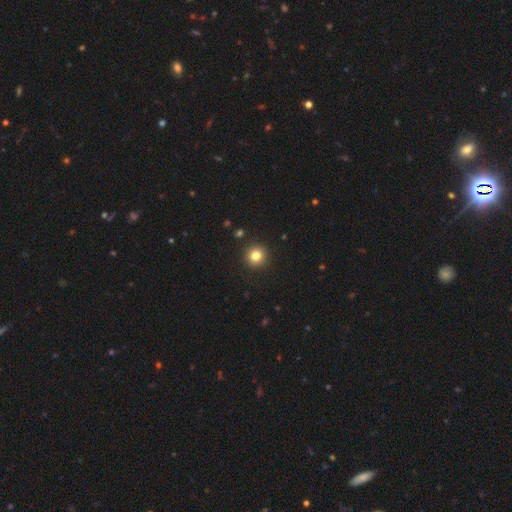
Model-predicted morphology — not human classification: Smooth or featured? Predicted: smooth (p=0.81). How rounded? Predicted: round (p=0.95). Merging? Predicted: none (p=0.93).